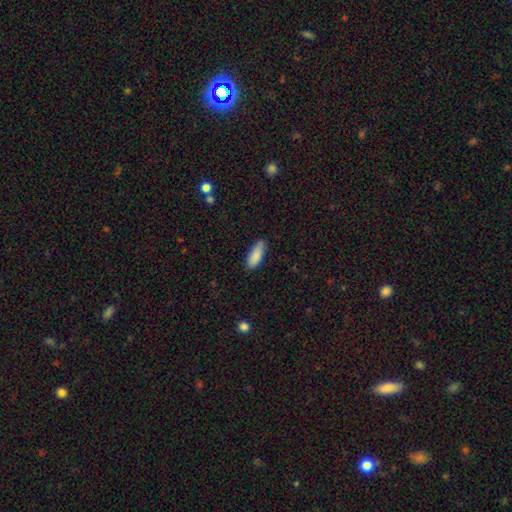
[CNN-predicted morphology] Overall: smooth (88%). How rounded: in between (70%). Merging: none (83%).